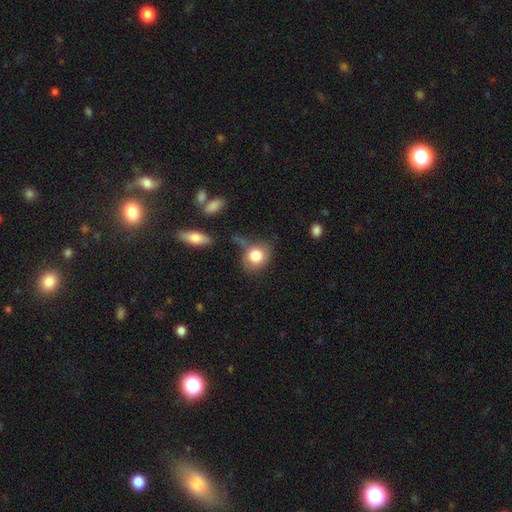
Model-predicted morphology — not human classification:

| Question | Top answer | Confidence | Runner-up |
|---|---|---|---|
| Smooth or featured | smooth | 82% | featured or disk (9%) |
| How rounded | round | 68% | in between (31%) |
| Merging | none | 56% | minor disturbance (24%) |